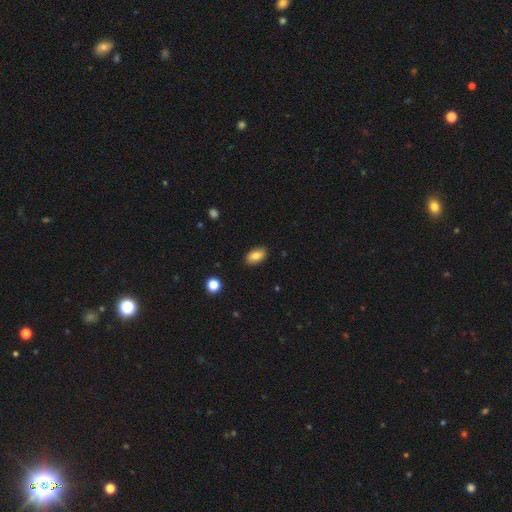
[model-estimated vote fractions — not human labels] Smooth or featured: smooth — 82% (featured or disk — 10%)
How rounded: in between — 91% (round — 5%)
Merging: none — 88% (minor disturbance — 9%)